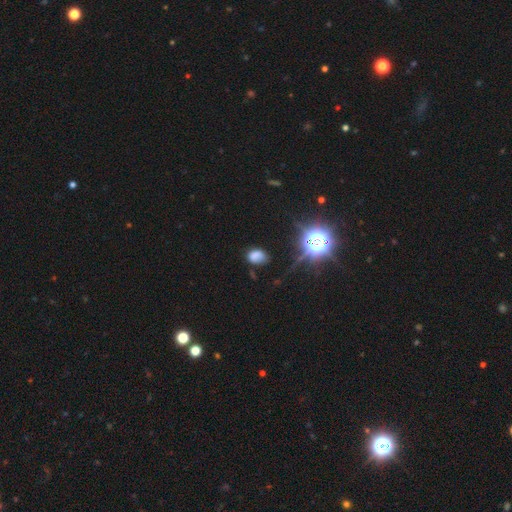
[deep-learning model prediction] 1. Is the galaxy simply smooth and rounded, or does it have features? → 68% smooth, 22% star or artifact, 10% featured or disk.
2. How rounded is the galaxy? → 78% in between, 20% round, 1% cigar-shaped.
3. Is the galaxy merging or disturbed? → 59% none, 26% minor disturbance, 10% major disturbance, 5% merger.